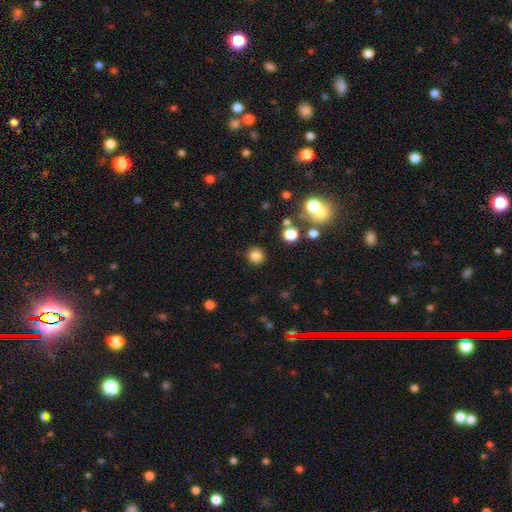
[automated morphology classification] Smooth or featured? smooth (81%)
How rounded? round (91%)
Merging? none (89%)